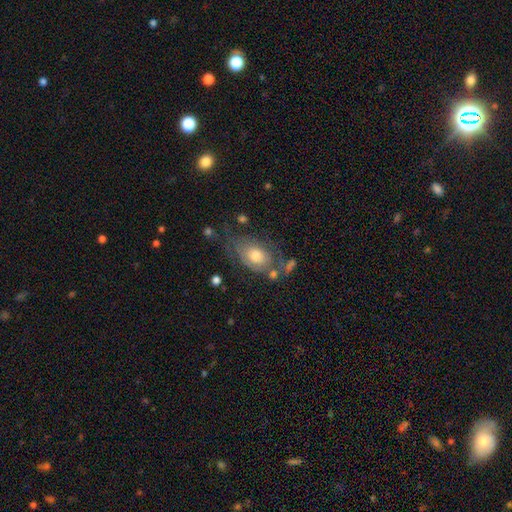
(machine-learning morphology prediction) This appears to be a smooth galaxy with no disk features (49%). Merging: none (44%).